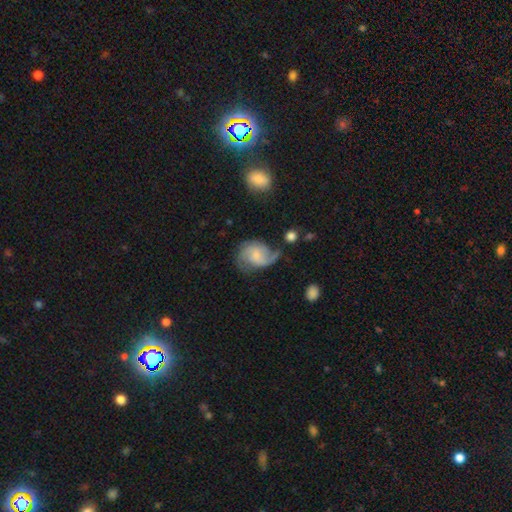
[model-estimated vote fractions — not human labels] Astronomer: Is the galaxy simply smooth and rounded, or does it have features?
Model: featured or disk — 72%.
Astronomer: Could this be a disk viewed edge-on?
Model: no — 98%.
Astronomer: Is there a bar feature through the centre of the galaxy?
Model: no — 55% (runner-up: weak, 38%).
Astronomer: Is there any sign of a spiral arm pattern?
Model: yes — 94%.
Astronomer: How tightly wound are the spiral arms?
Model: medium — 44% (runner-up: loose, 39%).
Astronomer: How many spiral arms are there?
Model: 2 — 71%.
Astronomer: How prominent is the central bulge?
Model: small — 43% (runner-up: none, 27%).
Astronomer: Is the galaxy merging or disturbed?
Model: none — 49% (runner-up: minor disturbance, 26%).